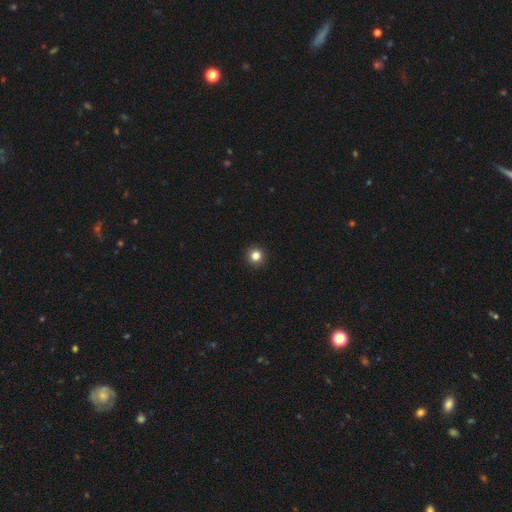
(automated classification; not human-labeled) Smooth or featured? Predicted: smooth (p=0.83). How rounded? Predicted: round (p=0.95). Merging? Predicted: none (p=0.94).